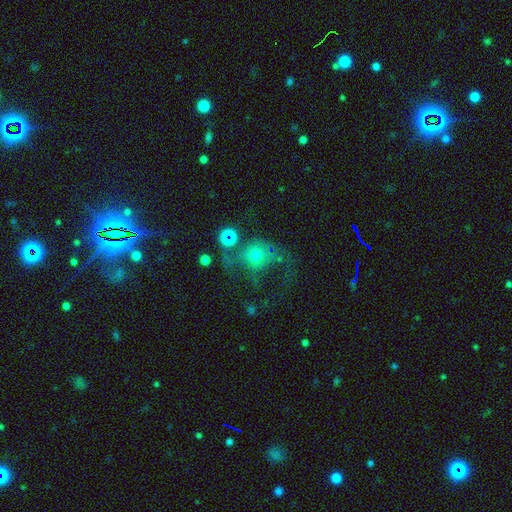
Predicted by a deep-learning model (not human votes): This is possibly a smooth galaxy (47%). Merging: marginally major disturbance (38%).